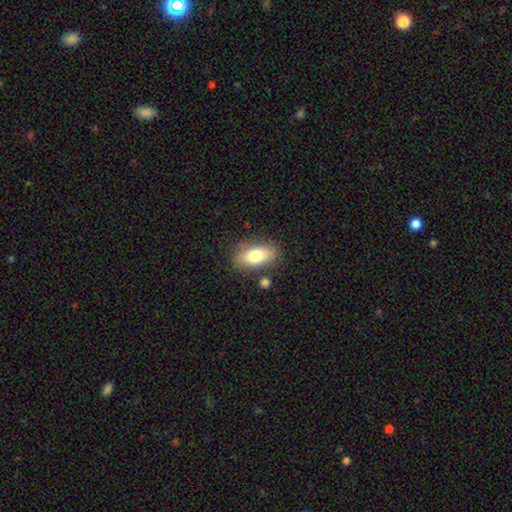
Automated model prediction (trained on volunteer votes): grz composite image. It shows a smooth galaxy with no disk features (75%) that is in between round and cigar-shaped (88%). Merging: none (78%).